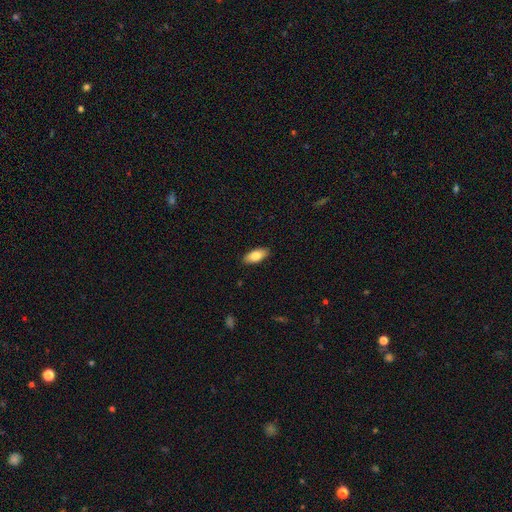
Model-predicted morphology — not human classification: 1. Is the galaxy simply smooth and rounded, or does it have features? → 81% smooth, 13% featured or disk, 6% star or artifact.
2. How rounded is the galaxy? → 87% in between, 10% cigar-shaped, 2% round.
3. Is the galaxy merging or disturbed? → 89% none, 8% minor disturbance, 2% major disturbance, 1% merger.